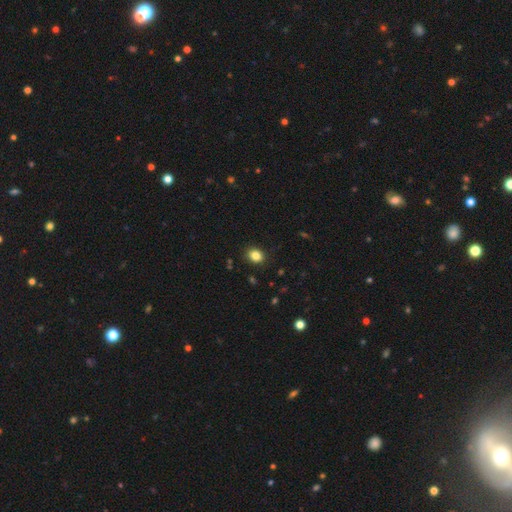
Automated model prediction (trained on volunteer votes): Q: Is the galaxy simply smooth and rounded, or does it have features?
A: smooth — 85%.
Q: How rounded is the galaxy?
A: round — 59%.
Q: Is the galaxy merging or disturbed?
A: none — 89%.